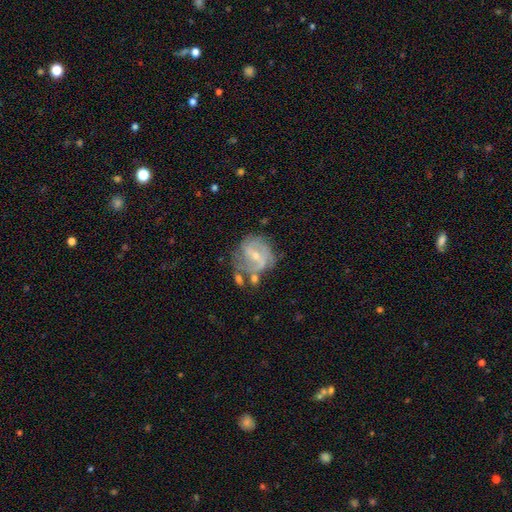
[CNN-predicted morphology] A featured or disk galaxy (79%) with a weak bar (51%), 2 (52%) medium (44%) spiral arms (88%) and a small central bulge (62%). Merging: none (52%).